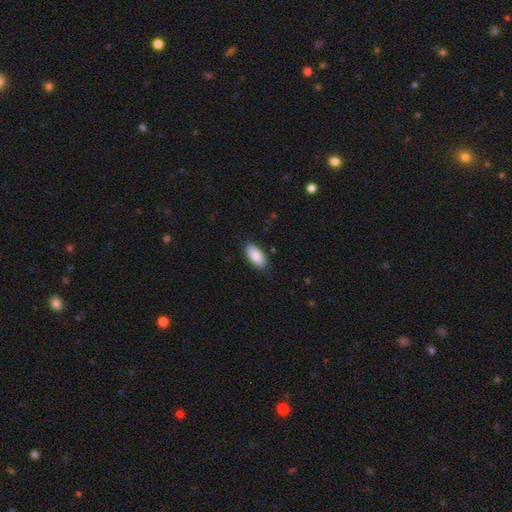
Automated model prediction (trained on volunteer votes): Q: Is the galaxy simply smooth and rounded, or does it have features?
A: smooth — 88%.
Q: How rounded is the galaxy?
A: in between — 90%.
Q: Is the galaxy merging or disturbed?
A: none — 87%.